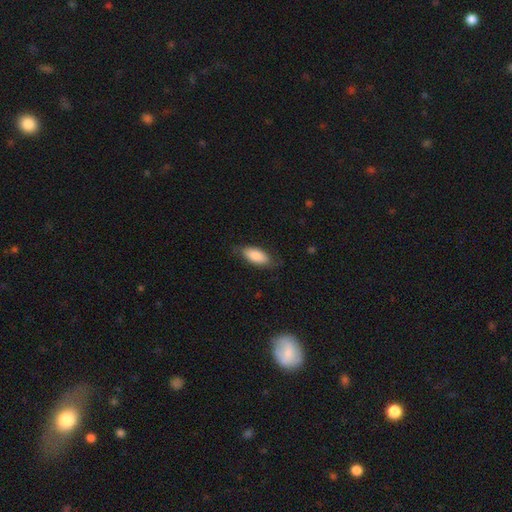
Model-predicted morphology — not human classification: smooth_or_featured: smooth (p=0.84) [alt: featured or disk p=0.10]
how_rounded: in between (p=0.87) [alt: cigar-shaped p=0.11]
merging: none (p=0.74) [alt: minor disturbance p=0.20]